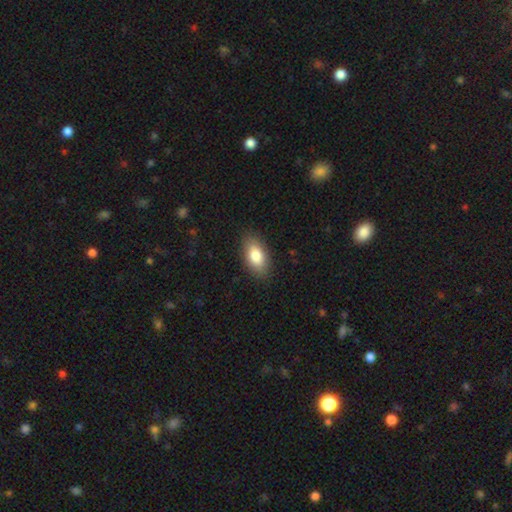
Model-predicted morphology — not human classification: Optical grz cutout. It shows a smooth galaxy with no disk features (82%) that is in between round and cigar-shaped (92%). Merging: none (87%).